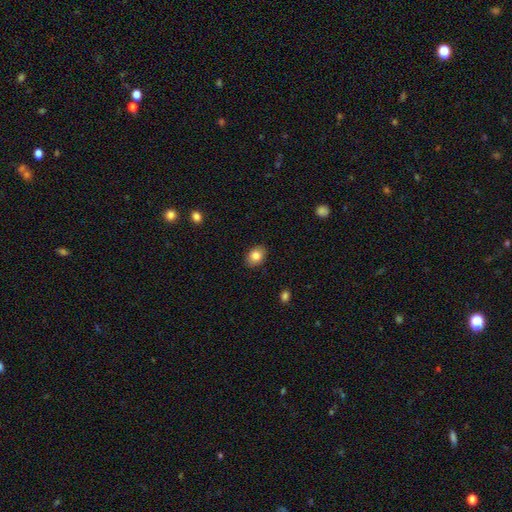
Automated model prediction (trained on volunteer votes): smooth-or-featured: smooth: 84% | star or artifact: 8% | featured or disk: 7%
  how-rounded: in between: 68% | round: 31% | cigar-shaped: 1%
  merging: none: 87% | minor disturbance: 10% | major disturbance: 2% | merger: 1%